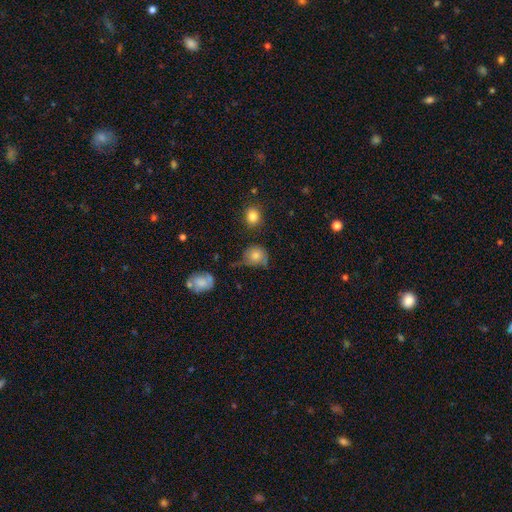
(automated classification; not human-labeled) Smooth or featured? smooth (73%)
How rounded? round (77%)
Merging? none (42%)